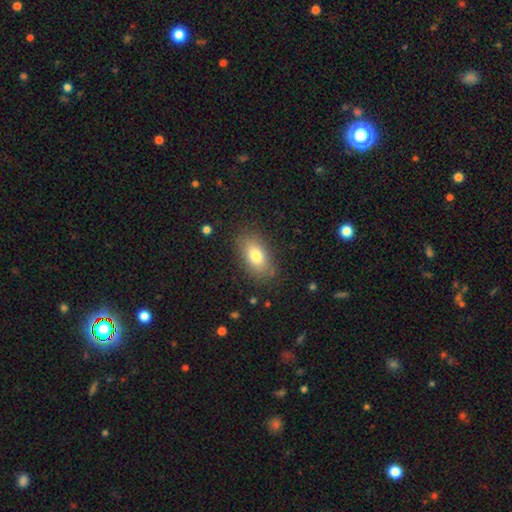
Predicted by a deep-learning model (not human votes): Morphology: type=smooth (77%); roundness=in between (89%); merging=none (83%).